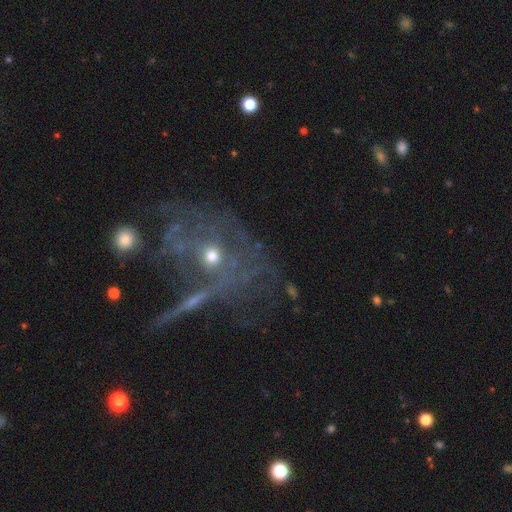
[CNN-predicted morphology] The model was most divided on "spiral arms": no: 51%, yes: 49%. Remaining: edge-on disk — no (88%); bar — no (80%); smooth or featured — featured or disk (63%); bulge size — small (57%); merging — none (43%).